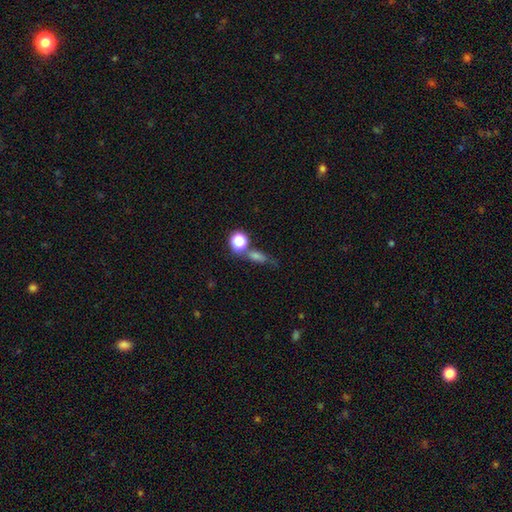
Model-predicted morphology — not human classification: Smooth or featured: smooth — 46% (star or artifact — 34%)
Merging: none — 58% (merger — 18%)